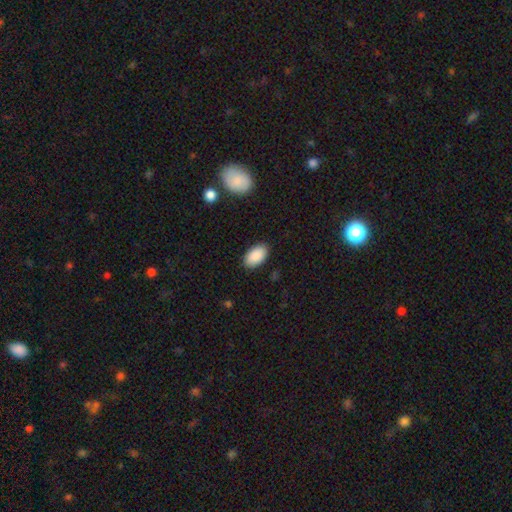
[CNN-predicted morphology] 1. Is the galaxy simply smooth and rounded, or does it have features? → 90% smooth, 6% star or artifact, 4% featured or disk.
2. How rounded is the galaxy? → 95% in between, 3% round, 2% cigar-shaped.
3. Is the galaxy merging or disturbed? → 88% none, 9% minor disturbance, 2% major disturbance, 1% merger.